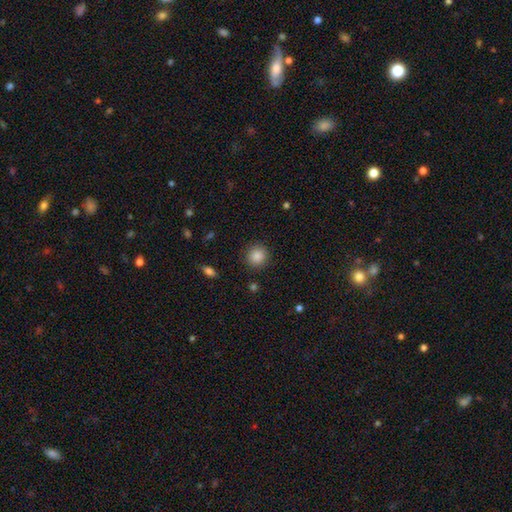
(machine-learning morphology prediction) The model was most divided on "smooth or featured": smooth: 84%, star or artifact: 12%, featured or disk: 5%. More confident: how rounded — round (93%); merging — none (91%).